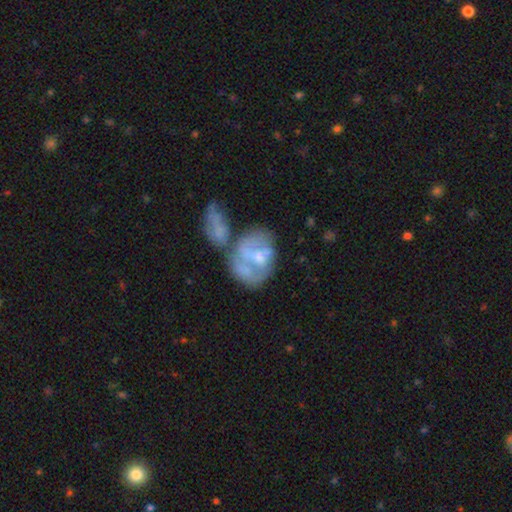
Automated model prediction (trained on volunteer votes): A featured or disk galaxy (60%) with no bar (60%), no spiral arms (59%) and a moderate central bulge (41%). Merging: merger (49%).